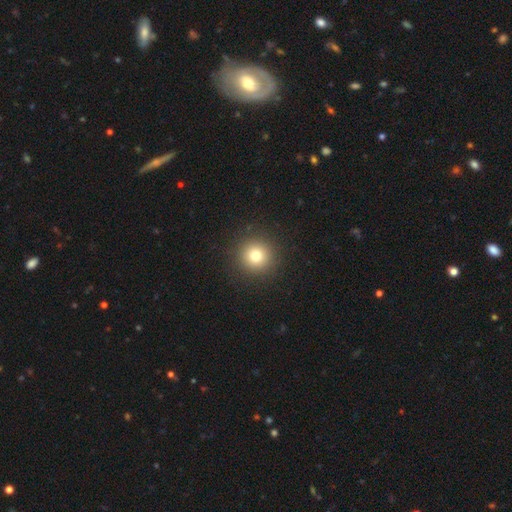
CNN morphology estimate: The model was most divided on "smooth or featured": smooth: 78%, star or artifact: 13%, featured or disk: 8%. More confident: how rounded — round (95%); merging — none (92%).